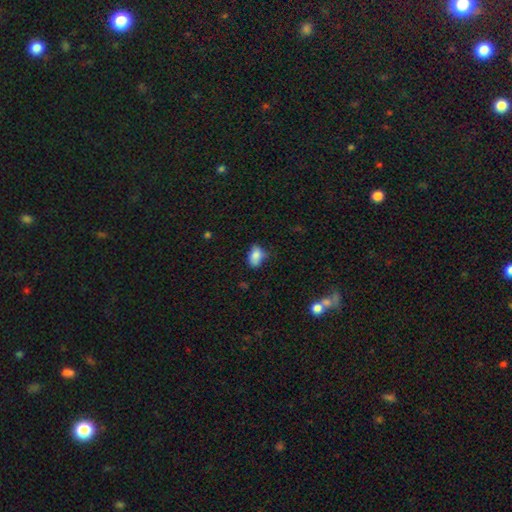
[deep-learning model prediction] smooth_or_featured: smooth (p=0.83) [alt: star or artifact p=0.09]
how_rounded: in between (p=0.84) [alt: round p=0.15]
merging: none (p=0.54) [alt: minor disturbance p=0.34]